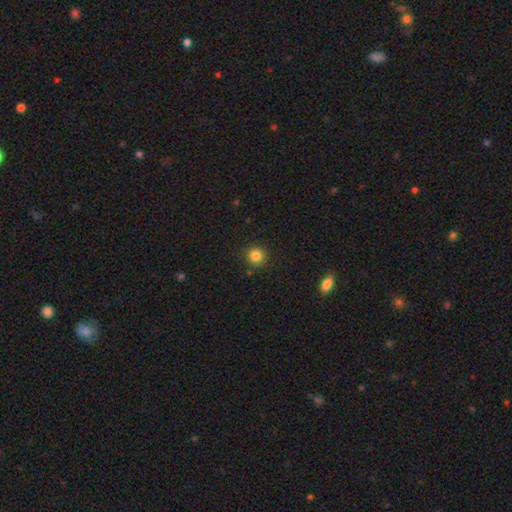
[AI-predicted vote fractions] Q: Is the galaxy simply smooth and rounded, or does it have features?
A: smooth — 84%.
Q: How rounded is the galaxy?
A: round — 93%.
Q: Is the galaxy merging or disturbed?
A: none — 89%.